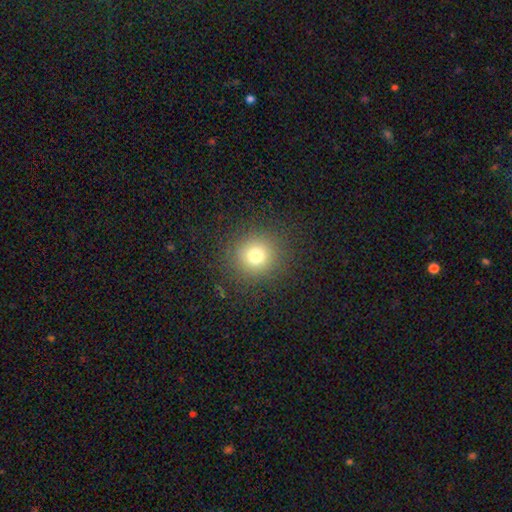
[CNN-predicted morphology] Smooth or featured? Predicted: smooth (p=0.73). How rounded? Predicted: round (p=0.92). Merging? Predicted: none (p=0.88).